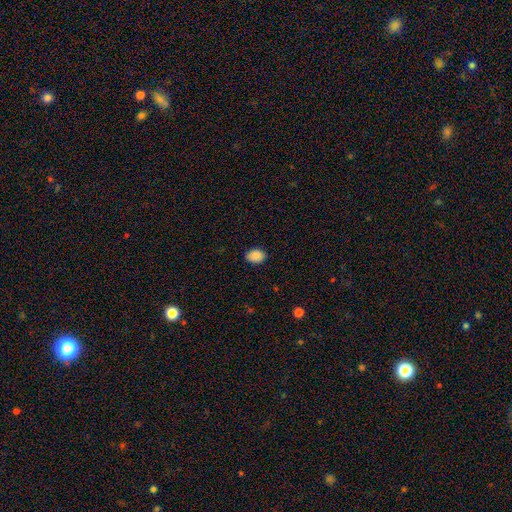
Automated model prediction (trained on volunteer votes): This is clearly a smooth galaxy (89%). How rounded: likely in between (76%). Merging: clearly none (87%).